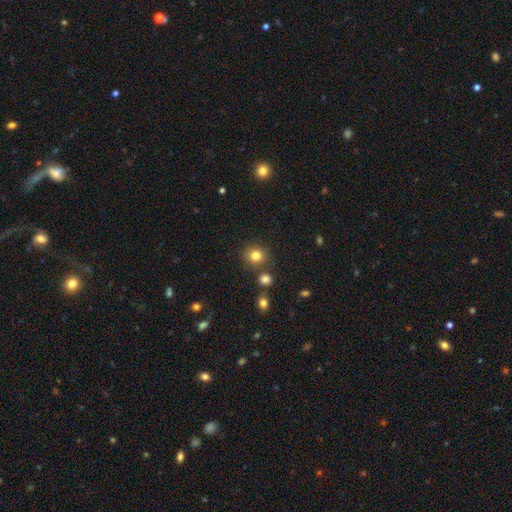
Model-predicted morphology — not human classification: This appears to be a smooth galaxy with no disk features (81%) that is round (88%). Merging: none (81%).